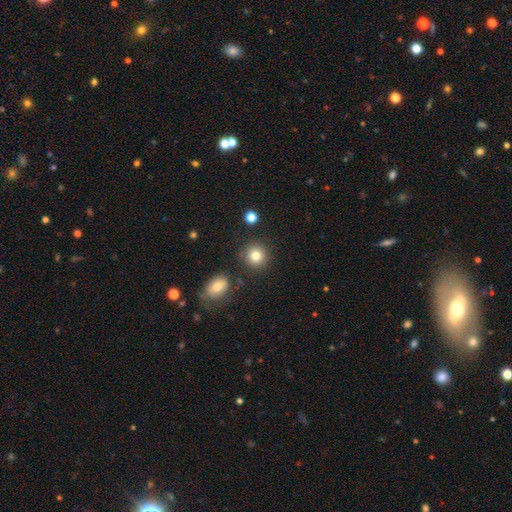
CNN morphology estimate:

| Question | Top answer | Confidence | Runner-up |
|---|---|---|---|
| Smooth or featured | smooth | 82% | star or artifact (11%) |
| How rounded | round | 89% | in between (10%) |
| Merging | none | 85% | minor disturbance (8%) |